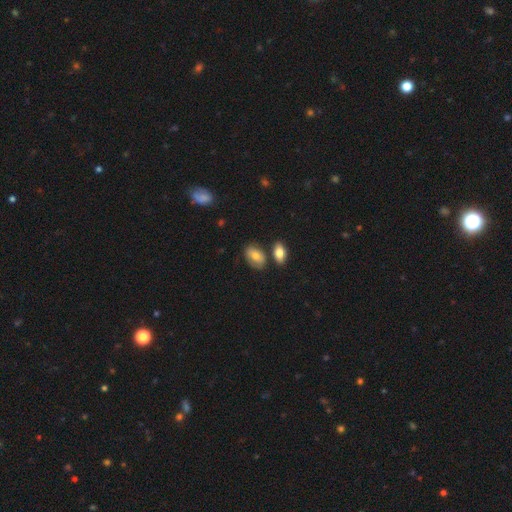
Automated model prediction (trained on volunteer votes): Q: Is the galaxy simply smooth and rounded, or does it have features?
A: smooth — 76%.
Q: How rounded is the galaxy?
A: in between — 90%.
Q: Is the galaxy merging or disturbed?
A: none — 68%.